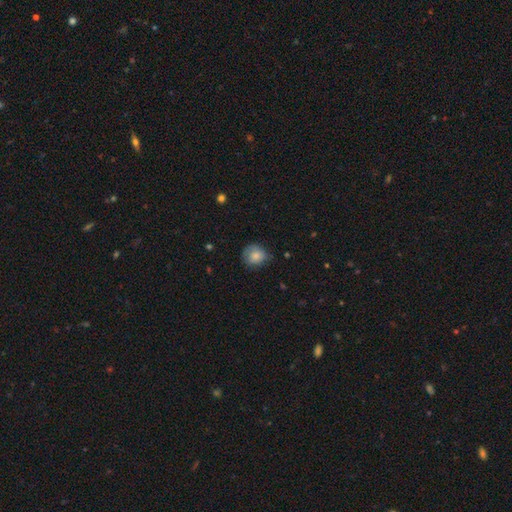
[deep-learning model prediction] Smooth or featured? Predicted: smooth (p=0.77). How rounded? Predicted: round (p=0.78). Merging? Predicted: none (p=0.61).